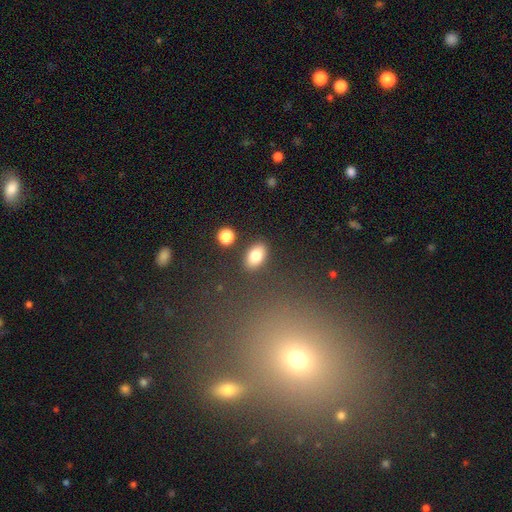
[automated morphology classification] Q: Smooth or featured?
A: smooth (81%); runner-up: featured or disk (10%)
Q: How rounded?
A: in between (87%); runner-up: round (11%)
Q: Merging?
A: none (85%); runner-up: minor disturbance (9%)